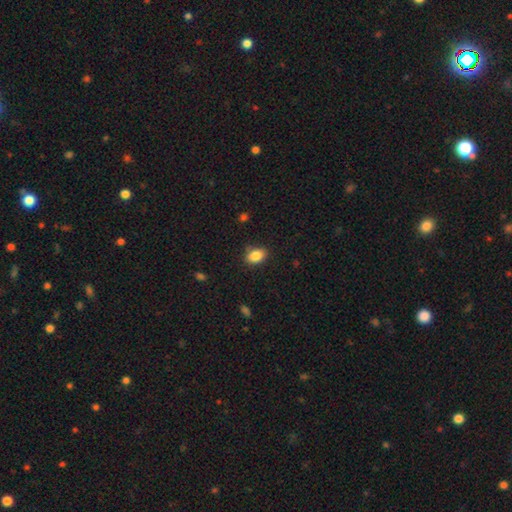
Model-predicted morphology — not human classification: smooth_or_featured: smooth (p=0.86) [alt: star or artifact p=0.08]
how_rounded: in between (p=0.80) [alt: round p=0.19]
merging: none (p=0.83) [alt: minor disturbance p=0.12]